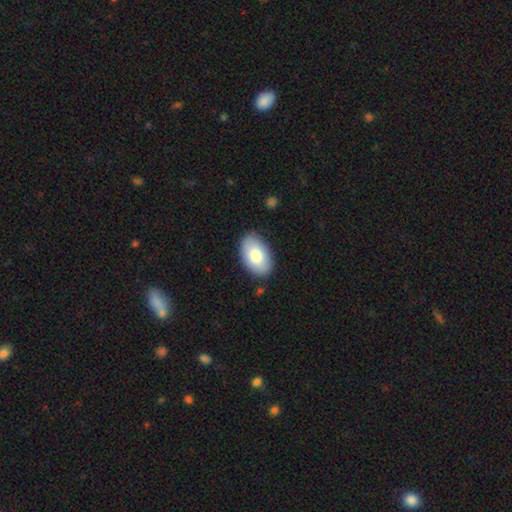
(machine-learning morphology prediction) Smooth or featured? smooth (80%)
How rounded? in between (93%)
Merging? none (84%)